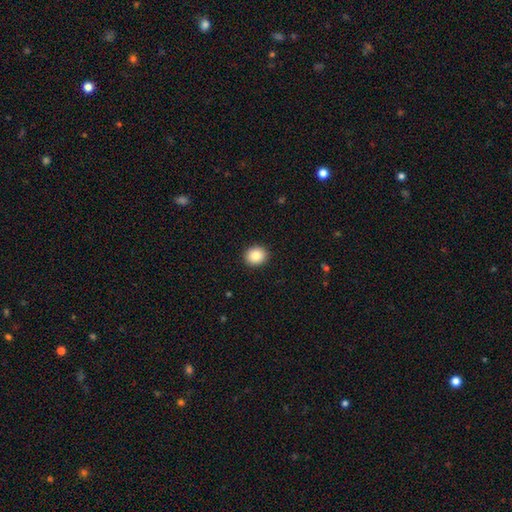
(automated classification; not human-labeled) smooth_or_featured: smooth (p=0.85) [alt: star or artifact p=0.09]
how_rounded: round (p=0.77) [alt: in between p=0.22]
merging: none (p=0.92) [alt: minor disturbance p=0.05]